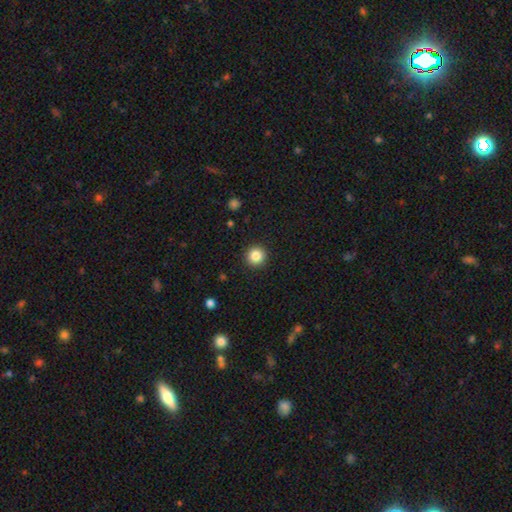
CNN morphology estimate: A smooth galaxy with no disk features (85%) that is round (95%). Merging: none (92%).